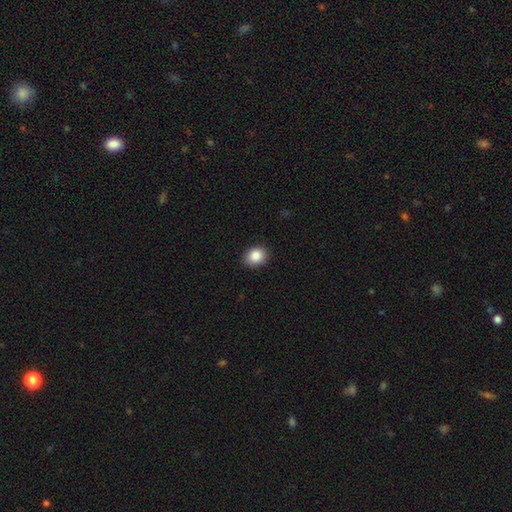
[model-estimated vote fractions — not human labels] Smooth or featured? Predicted: smooth (p=0.88). How rounded? Predicted: in between (p=0.52). Merging? Predicted: none (p=0.89).